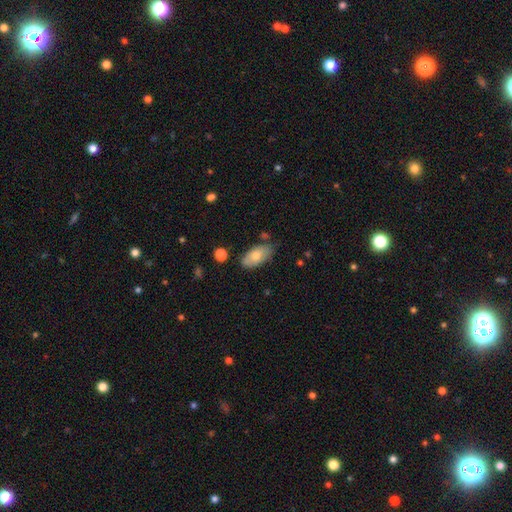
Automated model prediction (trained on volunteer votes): A smooth galaxy with no disk features (71%) that is in between round and cigar-shaped (93%). Merging: none (72%).